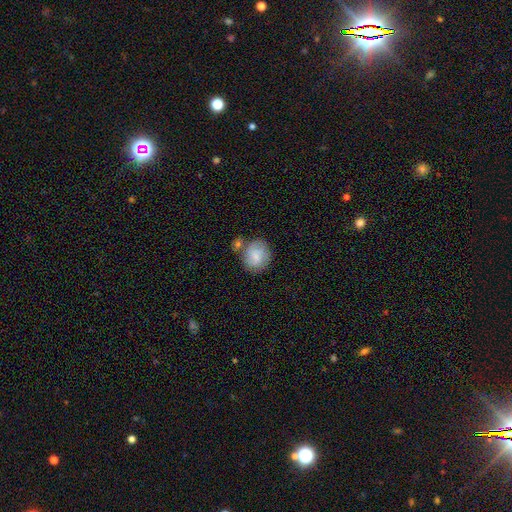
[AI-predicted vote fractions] Smooth or featured?
  - smooth: 65% *
  - featured or disk: 28%
  - star or artifact: 8%
How rounded?
  - round: 74% *
  - in between: 25%
  - cigar-shaped: 1%
Merging?
  - none: 59% *
  - minor disturbance: 17%
  - merger: 17%
  - major disturbance: 6%